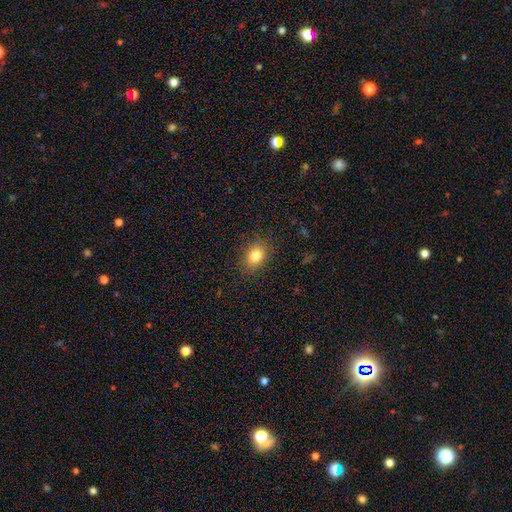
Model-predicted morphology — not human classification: This appears to be a smooth galaxy with no disk features (82%) that is in between round and cigar-shaped (66%). Merging: none (86%).